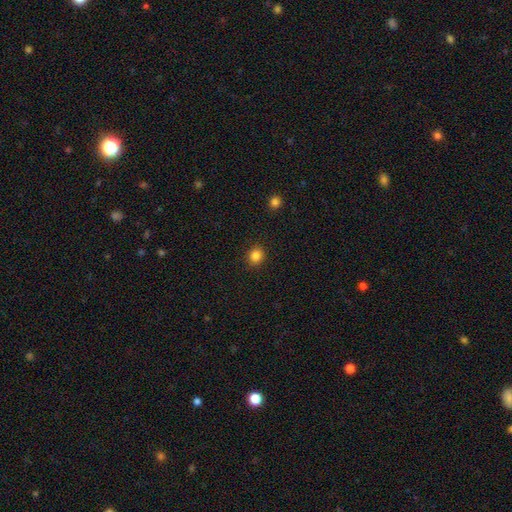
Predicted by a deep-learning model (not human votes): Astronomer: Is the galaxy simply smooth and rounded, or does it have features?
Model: smooth — 84%.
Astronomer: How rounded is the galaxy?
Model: round — 80%.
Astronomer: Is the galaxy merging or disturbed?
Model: none — 91%.